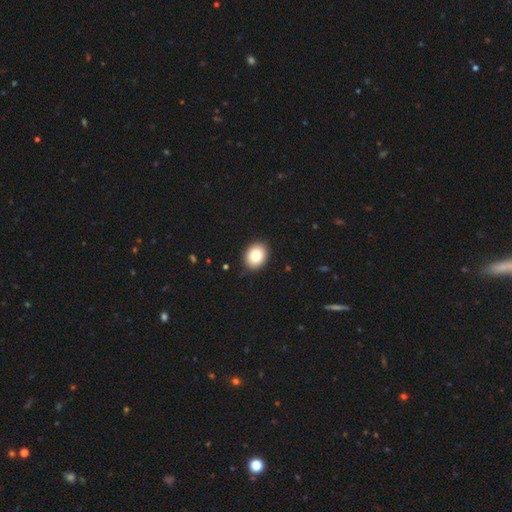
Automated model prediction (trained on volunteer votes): Overall: smooth (81%). How rounded: round (51%; in between 48%). Merging: none (91%).